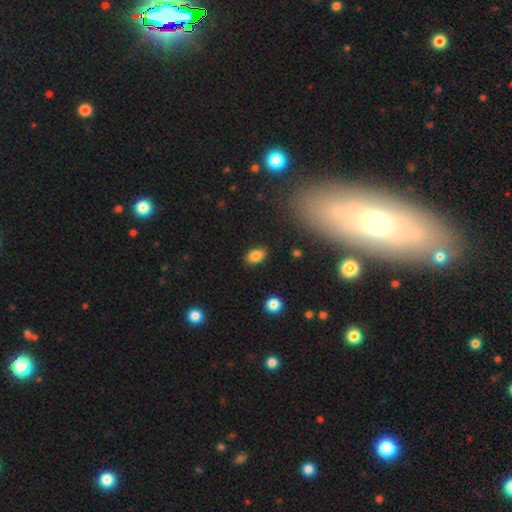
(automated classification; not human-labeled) smooth 84%, star or artifact 9%, featured or disk 6%. Down the decision tree: how rounded — in between (89%); merging — none (87%).